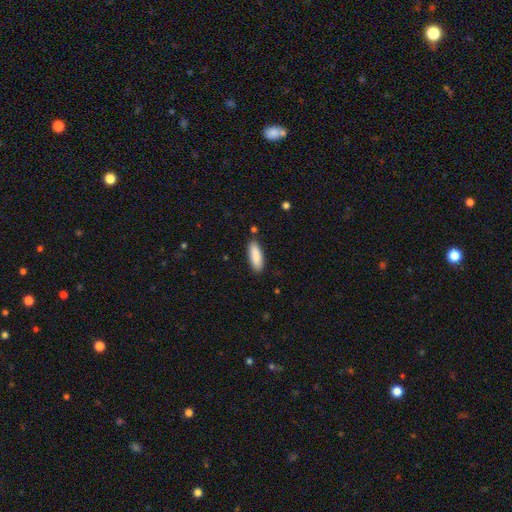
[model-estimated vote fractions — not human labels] This appears to be a smooth galaxy with no disk features (88%) that is in between round and cigar-shaped (65%). Merging: none (86%).